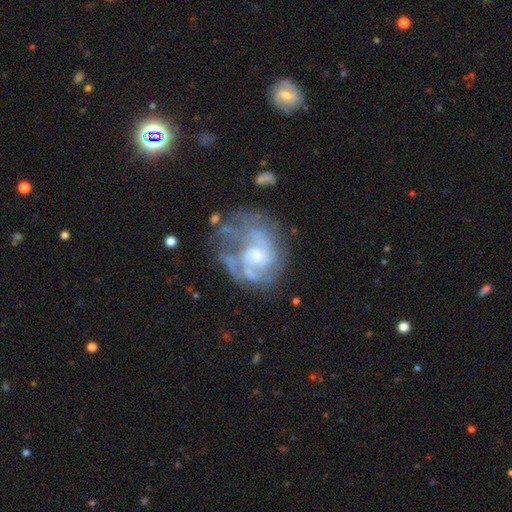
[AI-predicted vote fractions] This is clearly a featured or disk galaxy (81%). It is clearly not viewed edge-on (98%). Bar: possibly no (59%). Spiral arm pattern: clearly yes (85%). Spiral arm count: marginally can't tell (34%). Spiral winding: marginally medium (43%). Central bulge: possibly small (48%). Merging: marginally none (44%).